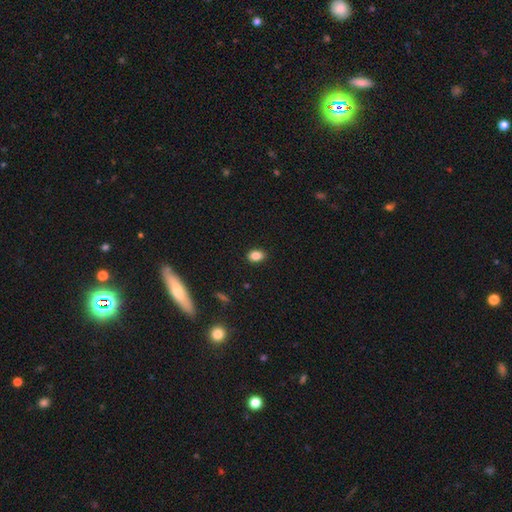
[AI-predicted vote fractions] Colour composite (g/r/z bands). It shows a smooth galaxy with no disk features (86%) that is in between round and cigar-shaped (77%). Merging: none (89%).